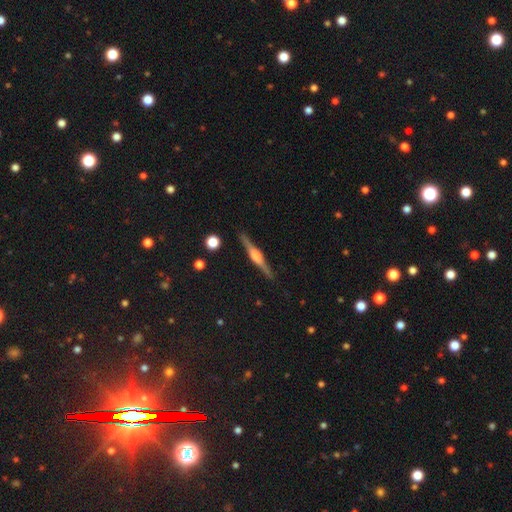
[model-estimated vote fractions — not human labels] A featured or disk galaxy (80%) viewed edge-on (98%) with a rounded central bulge (77%).

Vote fractions:
- Smooth or featured? featured or disk: 80% / smooth: 14% / star or artifact: 6%
- Edge-on disk? yes: 98% / no: 2%
- Edge-on bulge? rounded: 77% / boxy: 18% / none: 4%
- Merging? none: 90% / minor disturbance: 7% / major disturbance: 2% / merger: 1%